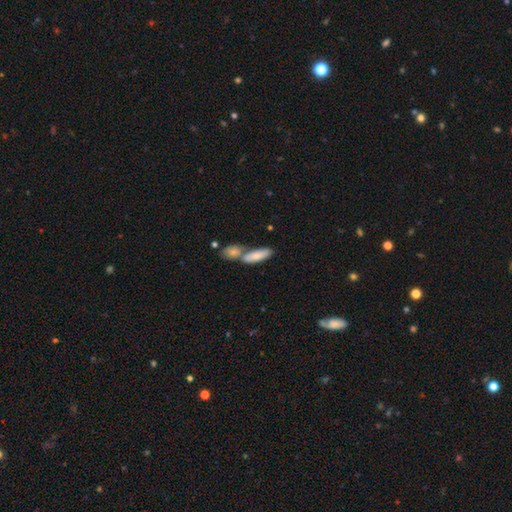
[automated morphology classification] Smooth or featured? smooth (79%)
How rounded? in between (54%)
Merging? merger (45%)